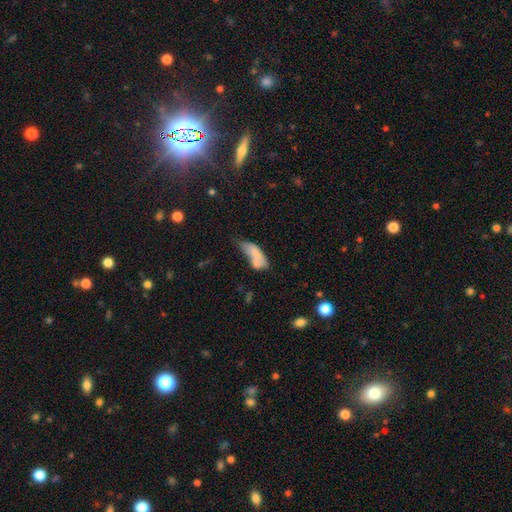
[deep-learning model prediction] A smooth galaxy with no disk features (69%) that is in between round and cigar-shaped (77%). Merging: merger (29%).